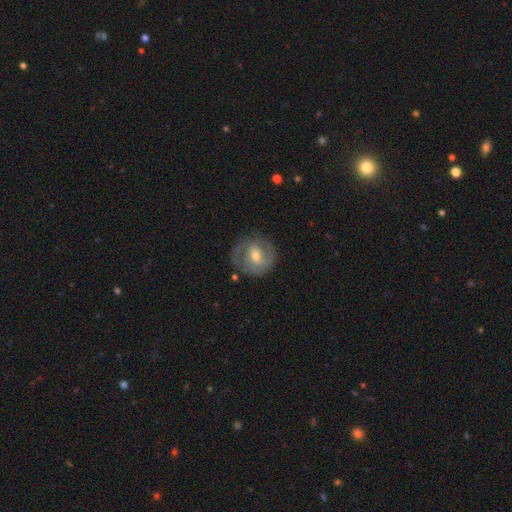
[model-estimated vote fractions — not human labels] Smooth or featured? featured or disk (66%)
Edge-on disk? no (97%)
Bar? weak (49%)
Spiral arms? yes (77%)
Bulge size? moderate (61%)
Merging? none (71%)